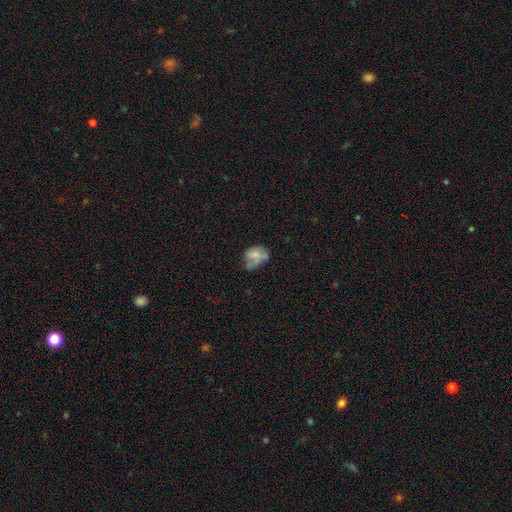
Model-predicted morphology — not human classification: A smooth galaxy with no disk features (56%) that is in between round and cigar-shaped (71%). Merging: none (33%).